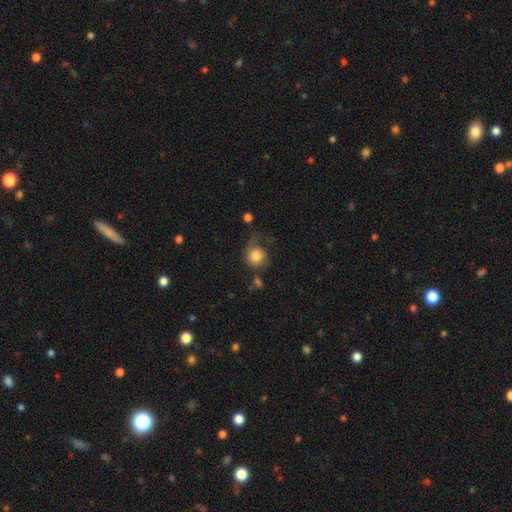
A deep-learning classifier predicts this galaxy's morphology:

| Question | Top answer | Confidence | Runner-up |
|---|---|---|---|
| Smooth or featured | smooth | 79% | featured or disk (13%) |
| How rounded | round | 84% | in between (15%) |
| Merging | none | 40% | minor disturbance (27%) |